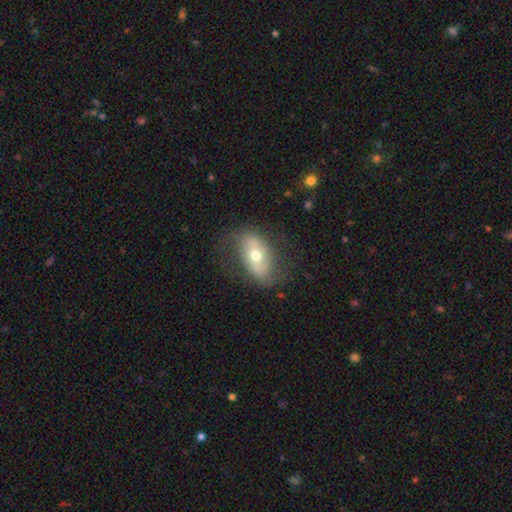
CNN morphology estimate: Overall: featured or disk (54%; smooth 38%). Edge-on disk: no (89%). Merging: none (71%).